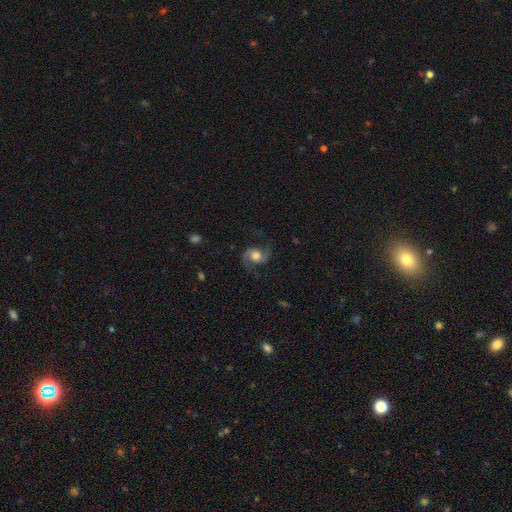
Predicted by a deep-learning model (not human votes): A featured or disk galaxy (80%) with no bar (65%), 2 (93%) loose (45%) spiral arms (96%) and a moderate central bulge (61%). Merging: none (75%).